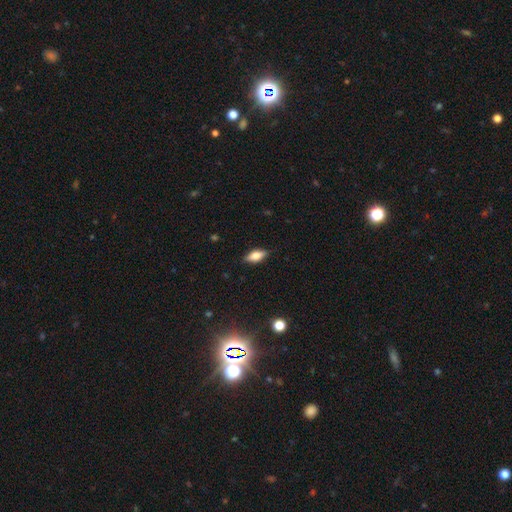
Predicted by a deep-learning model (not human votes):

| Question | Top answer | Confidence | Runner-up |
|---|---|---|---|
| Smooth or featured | smooth | 61% | featured or disk (31%) |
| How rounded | in between | 75% | cigar-shaped (22%) |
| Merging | none | 85% | minor disturbance (11%) |